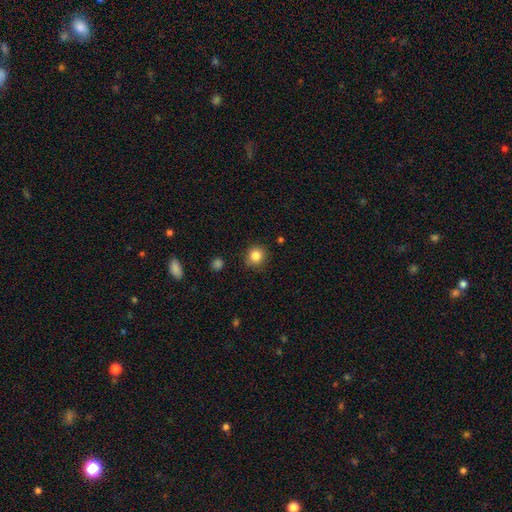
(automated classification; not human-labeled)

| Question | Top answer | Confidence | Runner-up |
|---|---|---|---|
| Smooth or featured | smooth | 85% | star or artifact (10%) |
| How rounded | round | 86% | in between (13%) |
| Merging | none | 88% | minor disturbance (9%) |